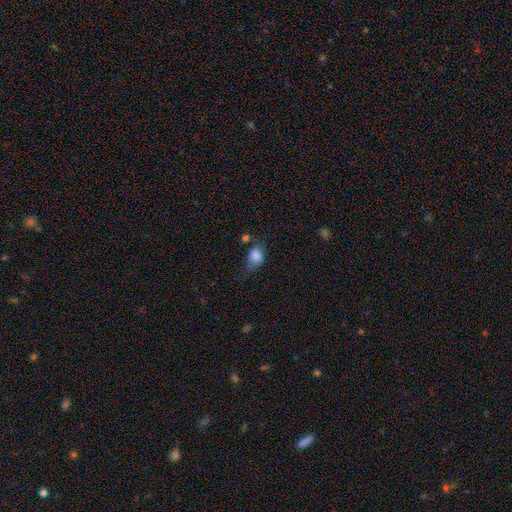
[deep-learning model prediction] The model was most divided on "merging": none: 40%, minor disturbance: 35%, major disturbance: 17%, merger: 8%. More confident: smooth or featured — smooth (83%); how rounded — in between (54%).